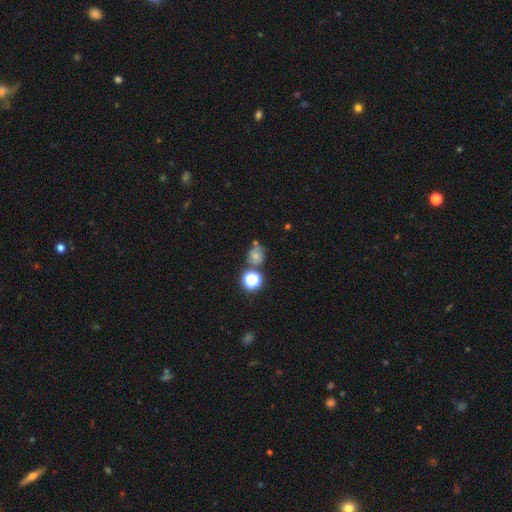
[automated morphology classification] Overall: smooth (61%; star or artifact 25%). How rounded: round (73%). Merging: none (57%; merger 21%).